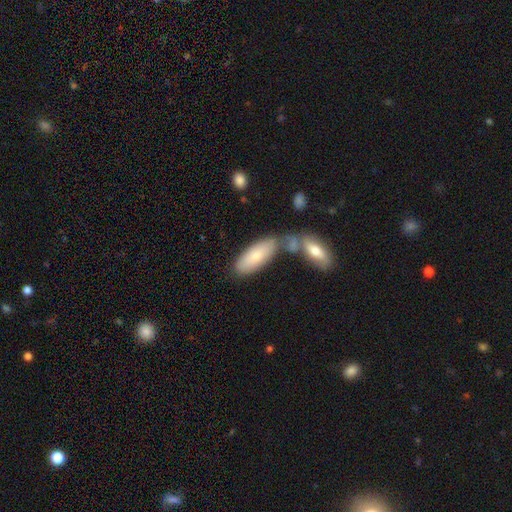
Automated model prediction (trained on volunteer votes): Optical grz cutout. It shows a smooth galaxy with no disk features (74%) that is in between round and cigar-shaped (75%). Merging: none (53%).